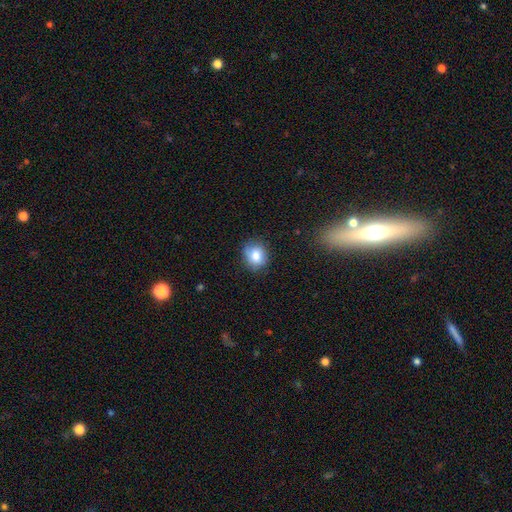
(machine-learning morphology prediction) Smooth or featured?
  - smooth: 81% *
  - star or artifact: 10%
  - featured or disk: 9%
How rounded?
  - round: 77% *
  - in between: 22%
  - cigar-shaped: 1%
Merging?
  - none: 81% *
  - minor disturbance: 15%
  - major disturbance: 3%
  - merger: 1%